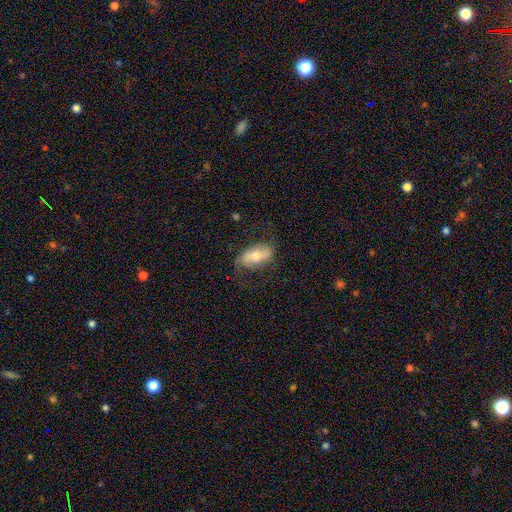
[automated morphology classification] Overall: featured or disk (55%; smooth 38%). Edge-on disk: no (90%). Merging: none (62%; minor disturbance 22%).